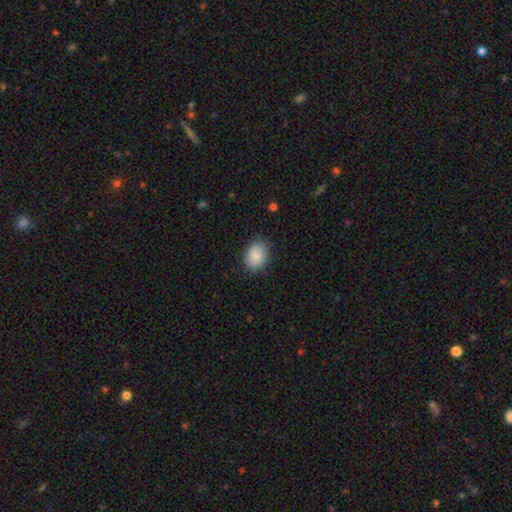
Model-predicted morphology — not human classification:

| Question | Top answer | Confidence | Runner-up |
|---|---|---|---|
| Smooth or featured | smooth | 88% | star or artifact (7%) |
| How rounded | in between | 68% | round (31%) |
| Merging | none | 82% | minor disturbance (13%) |